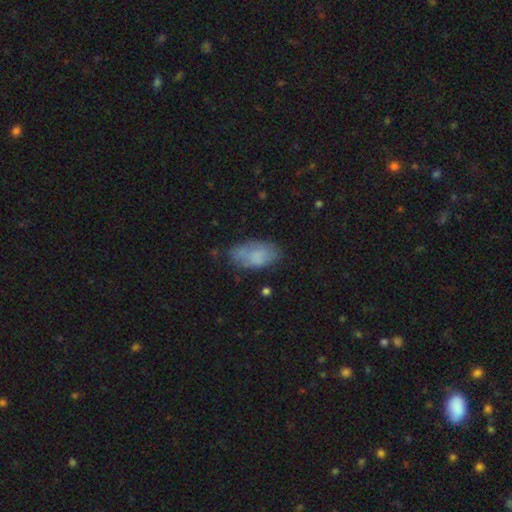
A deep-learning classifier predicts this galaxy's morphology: Smooth or featured? smooth (70%)
How rounded? in between (93%)
Merging? none (60%)